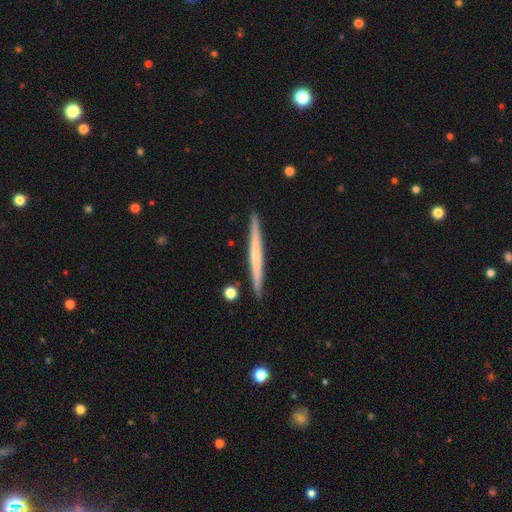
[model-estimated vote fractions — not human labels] smooth-or-featured: featured or disk: 54% | smooth: 41% | star or artifact: 5%
  disk-edge-on: yes: 98% | no: 2%
    edge-on-bulge: none: 71% | rounded: 24% | boxy: 5%
  merging: none: 92% | minor disturbance: 5% | merger: 1% | major disturbance: 1%